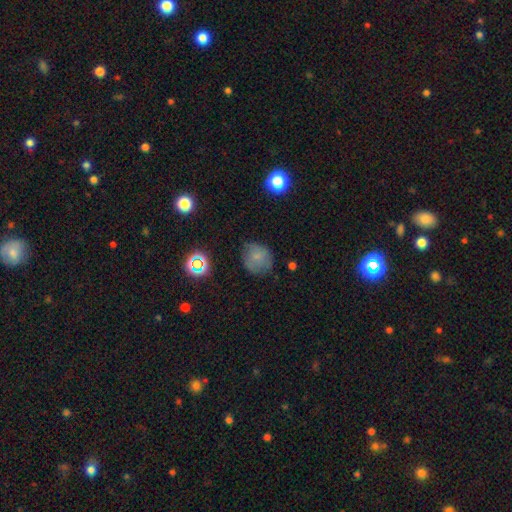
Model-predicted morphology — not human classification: Smooth or featured: smooth — 72% (star or artifact — 14%)
How rounded: round — 78% (in between — 21%)
Merging: none — 67% (minor disturbance — 24%)